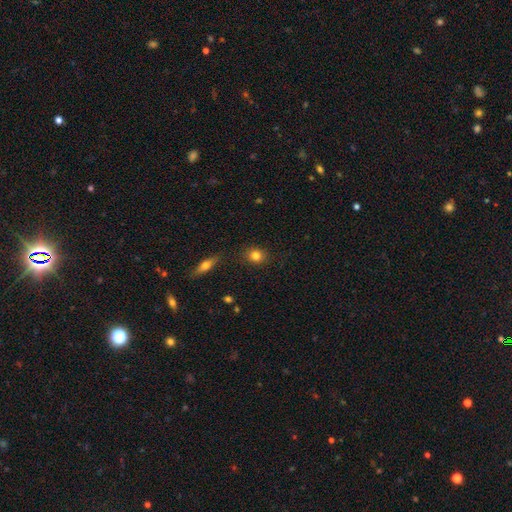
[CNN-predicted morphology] smooth 82%, star or artifact 10%, featured or disk 8%. Down the decision tree: how rounded — round (71%); merging — none (87%).